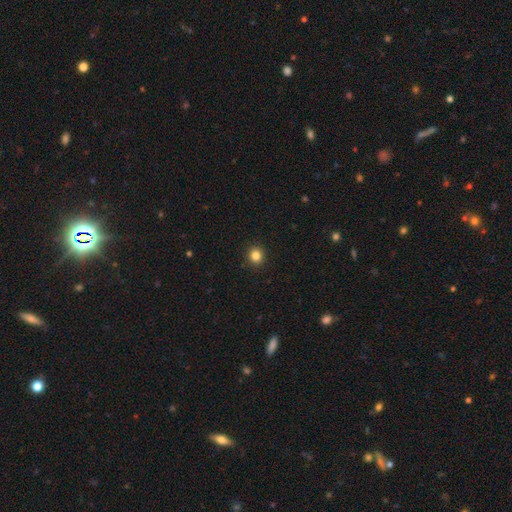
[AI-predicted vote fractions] Morphology: type=smooth (84%); roundness=round (90%); merging=none (93%).